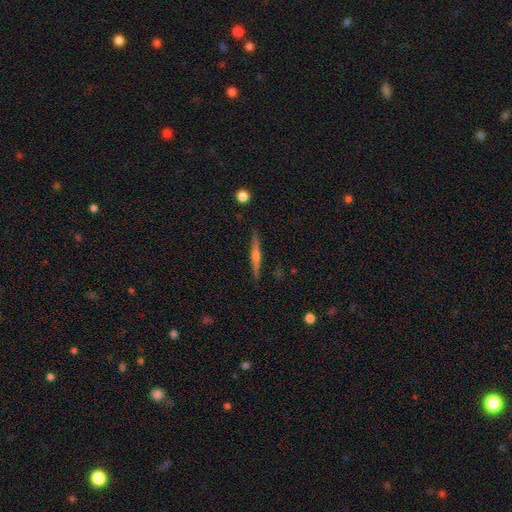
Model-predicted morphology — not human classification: The model was most divided on "smooth or featured": featured or disk: 74%, smooth: 20%, star or artifact: 6%. More confident: edge-on disk — yes (98%); merging — none (91%); edge-on bulge — rounded (87%).